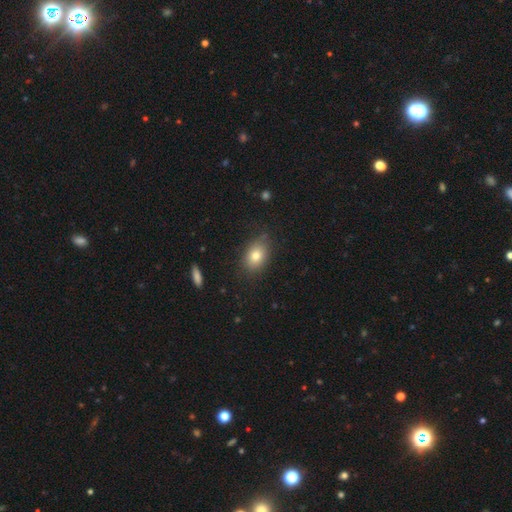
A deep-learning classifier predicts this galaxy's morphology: smooth 79%, featured or disk 11%, star or artifact 10%. Down the decision tree: how rounded — in between (74%); merging — none (79%).